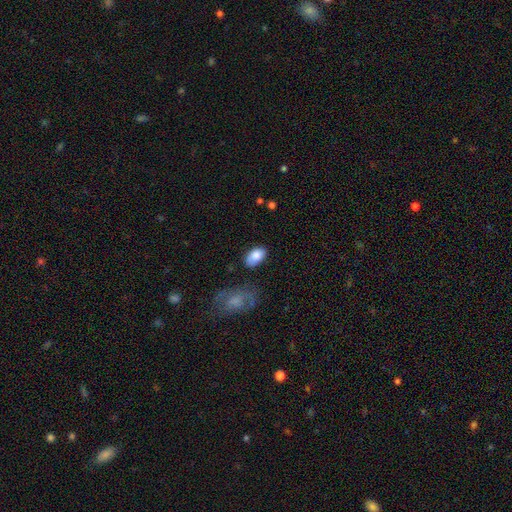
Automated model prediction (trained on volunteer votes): smooth 85%, featured or disk 8%, star or artifact 7%. Down the decision tree: how rounded — in between (93%); merging — none (74%).